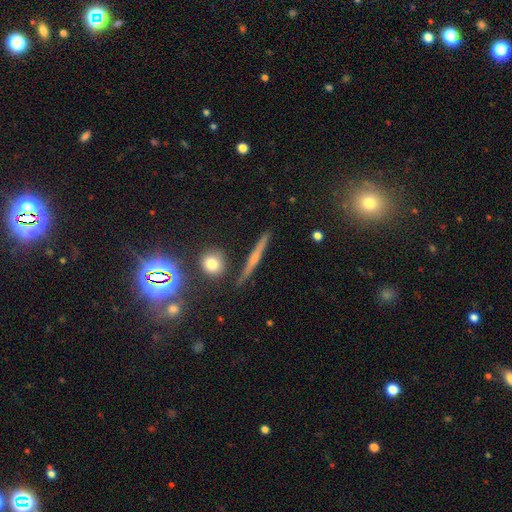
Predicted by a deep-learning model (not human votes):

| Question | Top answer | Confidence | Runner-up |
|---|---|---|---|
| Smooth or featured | featured or disk | 48% | smooth (35%) |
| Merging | none | 87% | minor disturbance (8%) |